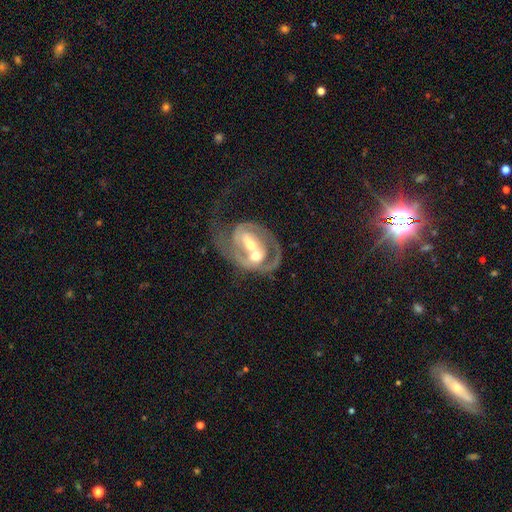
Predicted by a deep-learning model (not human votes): Q: Smooth or featured?
A: featured or disk (80%); runner-up: smooth (14%)
Q: Edge-on disk?
A: no (96%); runner-up: yes (4%)
Q: Bar?
A: weak (37%); runner-up: no (35%)
Q: Spiral arms?
A: yes (81%); runner-up: no (19%)
Q: Spiral winding?
A: medium (41%); runner-up: tight (38%)
Q: Spiral arm count?
A: 2 (59%); runner-up: 1 (20%)
Q: Bulge size?
A: moderate (64%); runner-up: small (23%)
Q: Merging?
A: merger (65%); runner-up: none (15%)